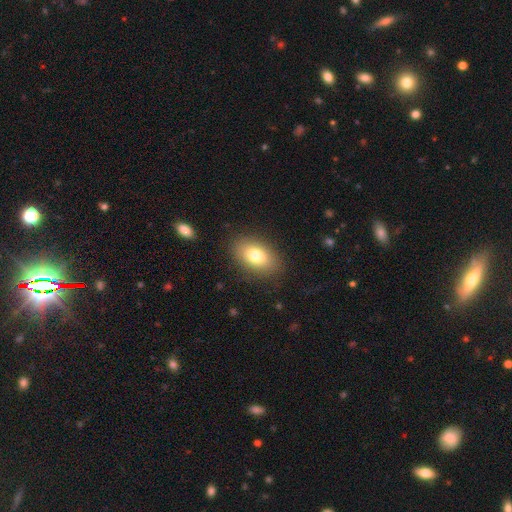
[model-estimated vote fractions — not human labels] This is likely a smooth galaxy (78%). How rounded: clearly in between (87%). Merging: clearly none (86%).